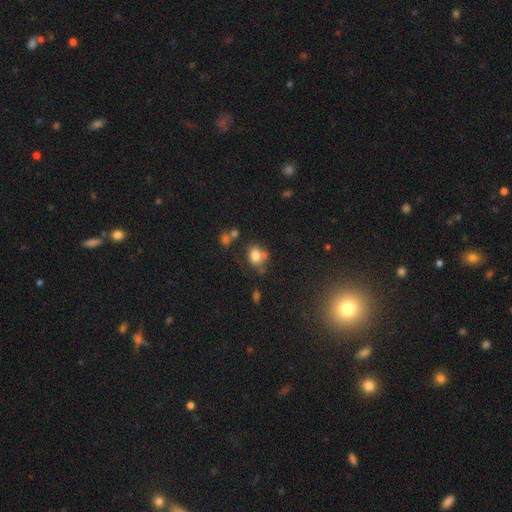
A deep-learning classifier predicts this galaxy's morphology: A smooth galaxy with no disk features (77%) that is in between round and cigar-shaped (51%).

Vote fractions:
- Smooth or featured? smooth: 77% / featured or disk: 12% / star or artifact: 11%
- How rounded? in between: 51% / round: 48% / cigar-shaped: 1%
- Merging? none: 49% / minor disturbance: 22% / merger: 20% / major disturbance: 10%